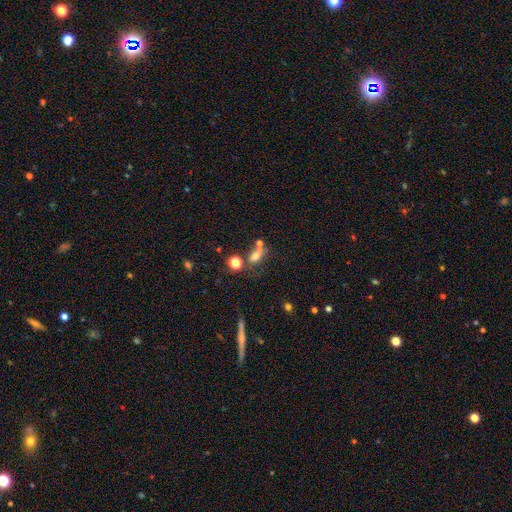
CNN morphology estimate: A smooth galaxy with no disk features (64%) that is in between round and cigar-shaped (55%).

Vote fractions:
- Smooth or featured? smooth: 64% / star or artifact: 19% / featured or disk: 17%
- How rounded? in between: 55% / round: 41% / cigar-shaped: 4%
- Merging? none: 42% / merger: 38% / minor disturbance: 12% / major disturbance: 8%